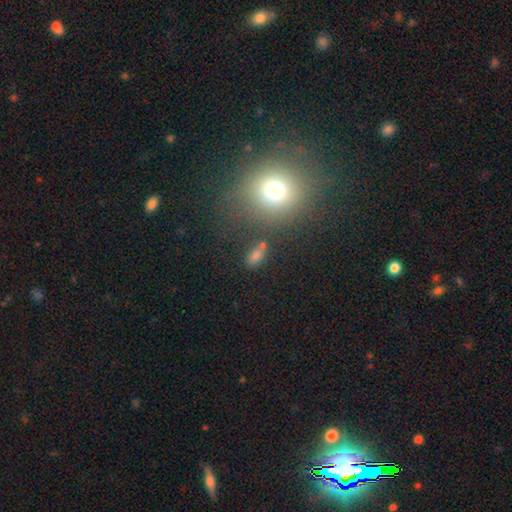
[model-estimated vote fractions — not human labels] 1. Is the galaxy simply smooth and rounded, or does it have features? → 70% smooth, 20% star or artifact, 10% featured or disk.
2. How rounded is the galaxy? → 72% in between, 21% round, 7% cigar-shaped.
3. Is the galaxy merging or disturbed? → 68% none, 13% minor disturbance, 12% merger, 7% major disturbance.